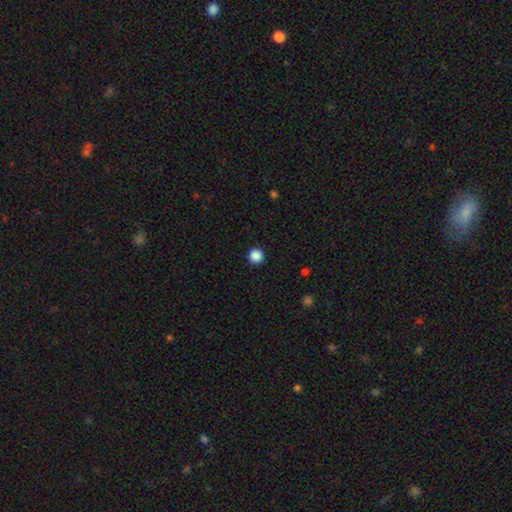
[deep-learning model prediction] Smooth or featured?
  - smooth: 87% *
  - star or artifact: 10%
  - featured or disk: 2%
How rounded?
  - round: 96% *
  - in between: 3%
  - cigar-shaped: 1%
Merging?
  - none: 93% *
  - minor disturbance: 4%
  - major disturbance: 2%
  - merger: 1%